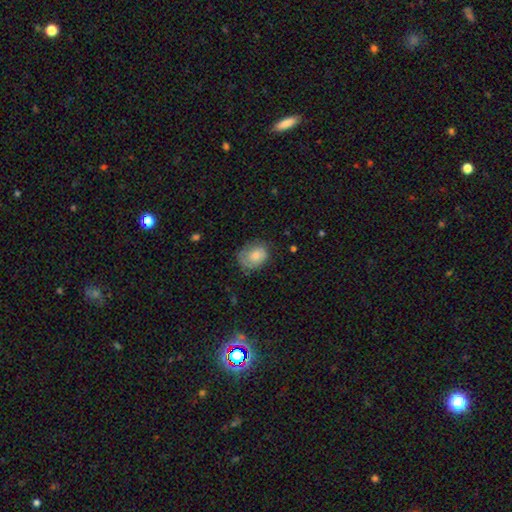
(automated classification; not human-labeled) Smooth or featured? Predicted: smooth (p=0.71). How rounded? Predicted: in between (p=0.56). Merging? Predicted: none (p=0.58).